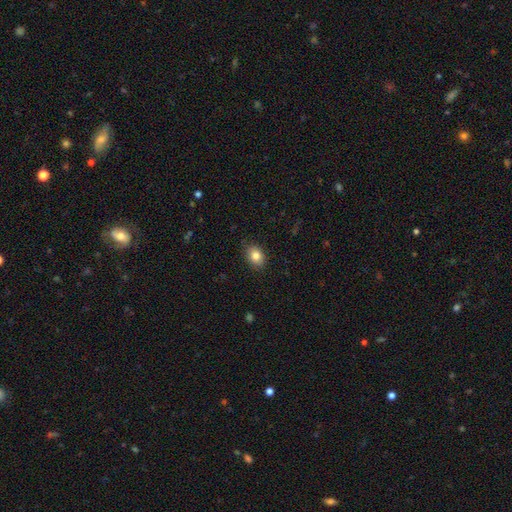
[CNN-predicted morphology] The model was most divided on "how rounded": in between: 70%, round: 29%, cigar-shaped: 1%. More confident: merging — none (87%); smooth or featured — smooth (83%).